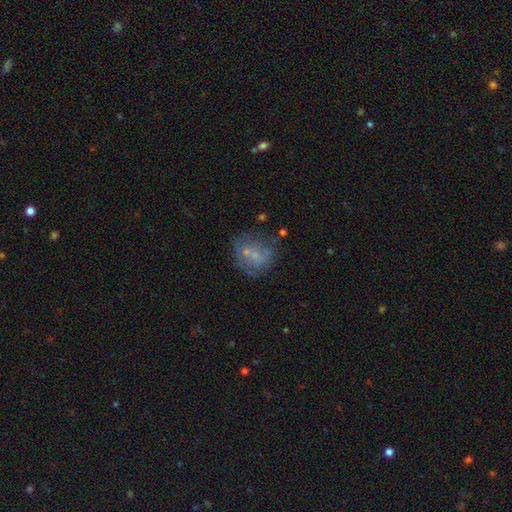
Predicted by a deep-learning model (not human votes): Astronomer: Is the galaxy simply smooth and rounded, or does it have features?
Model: smooth — 47% (runner-up: featured or disk, 40%).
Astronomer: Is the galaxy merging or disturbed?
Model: none — 42% (runner-up: merger, 21%).